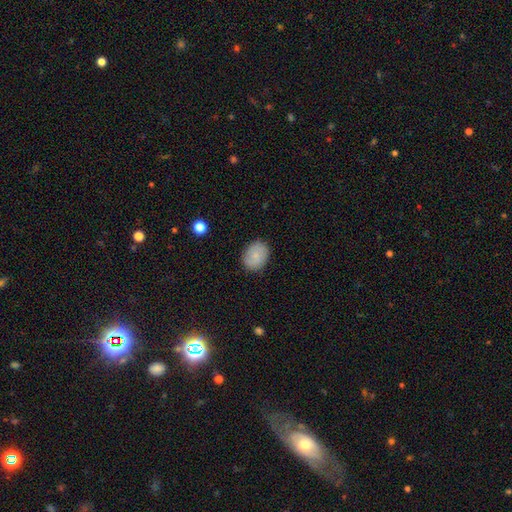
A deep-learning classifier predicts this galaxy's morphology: smooth 80%, featured or disk 12%, star or artifact 7%. Down the decision tree: how rounded — in between (58%); merging — none (85%).